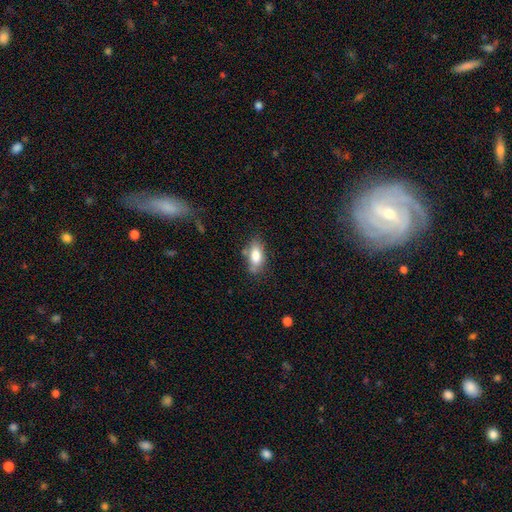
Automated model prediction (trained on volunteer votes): The model was most divided on "merging": none: 65%, minor disturbance: 23%, merger: 6%, major disturbance: 6%. More confident: how rounded — in between (85%); smooth or featured — smooth (78%).